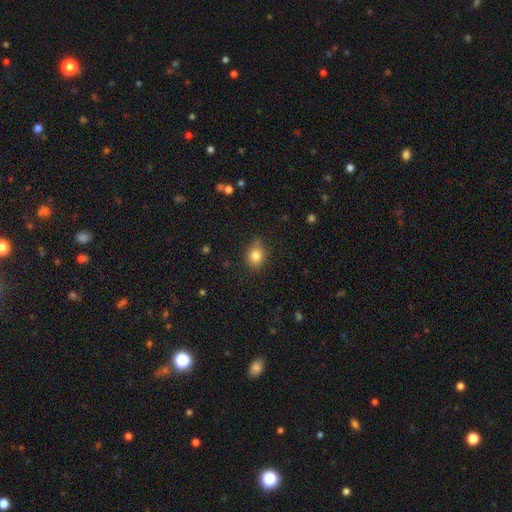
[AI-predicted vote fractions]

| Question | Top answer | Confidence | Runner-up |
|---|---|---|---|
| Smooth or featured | smooth | 82% | star or artifact (11%) |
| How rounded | round | 62% | in between (37%) |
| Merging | none | 75% | minor disturbance (19%) |